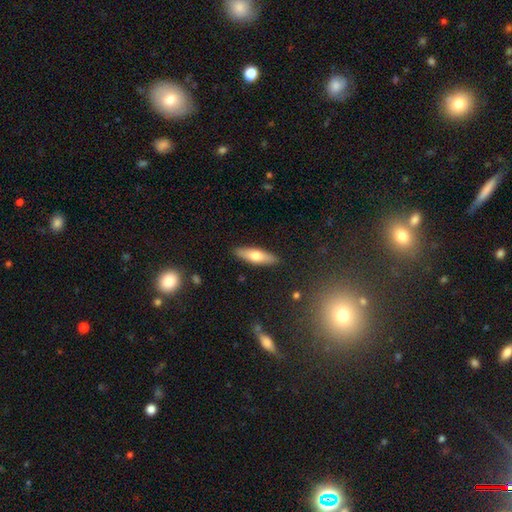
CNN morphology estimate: smooth 64%, featured or disk 31%, star or artifact 6%. Down the decision tree: how rounded — cigar-shaped (55%); merging — none (89%).